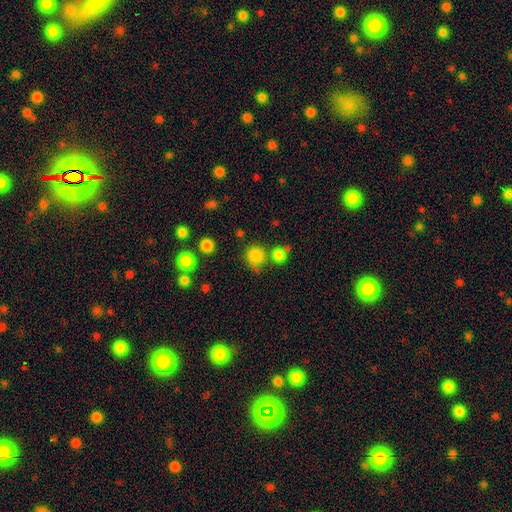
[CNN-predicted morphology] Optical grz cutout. It shows a smooth galaxy with no disk features (81%) that is round (88%). Merging: none (64%).